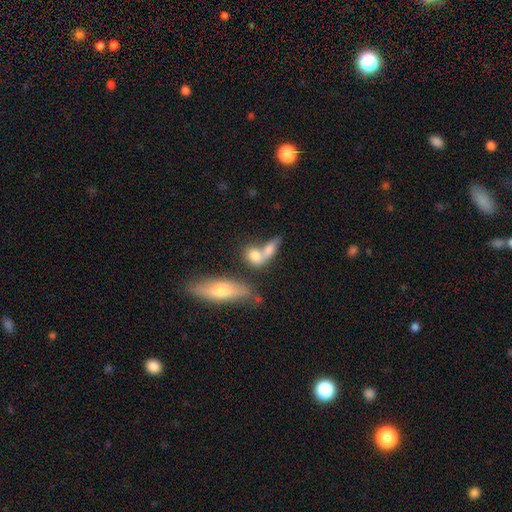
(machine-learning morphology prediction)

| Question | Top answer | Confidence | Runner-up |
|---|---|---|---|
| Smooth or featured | smooth | 72% | featured or disk (19%) |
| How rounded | in between | 60% | round (26%) |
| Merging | merger | 55% | none (30%) |